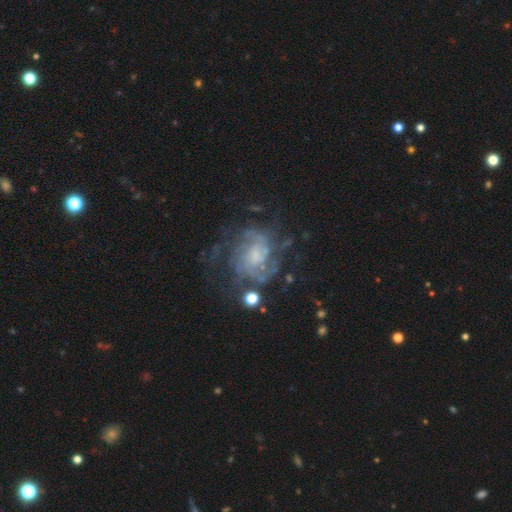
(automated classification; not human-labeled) The model was most divided on "bulge size": small: 36%, moderate: 33%, none: 21%, large: 8%, dominant: 2%. Remaining: edge-on disk — no (98%); spiral arms — yes (89%); smooth or featured — featured or disk (80%); bar — no (63%); merging — none (61%); spiral winding — tight (45%); spiral arm count — can't tell (38%).